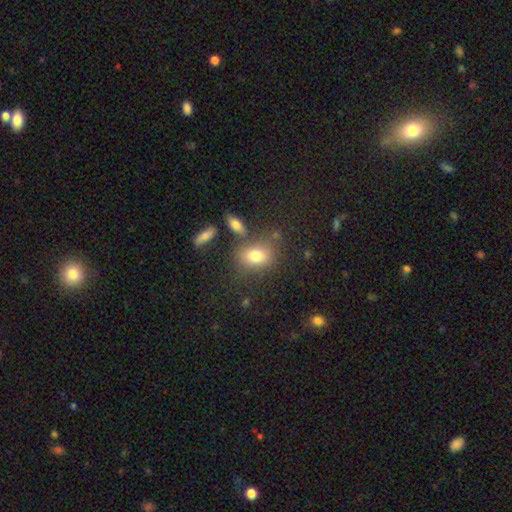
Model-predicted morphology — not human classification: smooth-or-featured: smooth: 77% | star or artifact: 12% | featured or disk: 11%
  how-rounded: in between: 70% | round: 28% | cigar-shaped: 2%
  merging: none: 67% | minor disturbance: 15% | merger: 11% | major disturbance: 7%